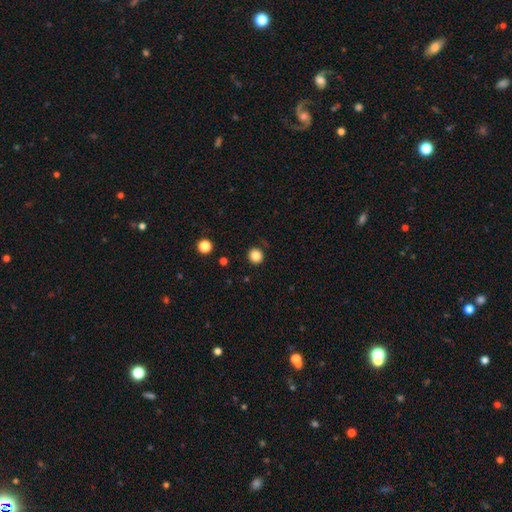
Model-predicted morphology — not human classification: smooth_or_featured: smooth (p=0.84) [alt: star or artifact p=0.11]
how_rounded: round (p=0.92) [alt: in between p=0.07]
merging: none (p=0.89) [alt: minor disturbance p=0.07]